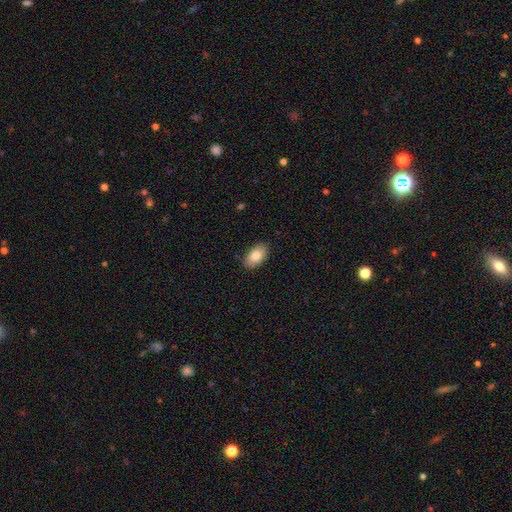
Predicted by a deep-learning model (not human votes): This is clearly a smooth galaxy (83%). How rounded: clearly in between (93%). Merging: clearly none (86%).